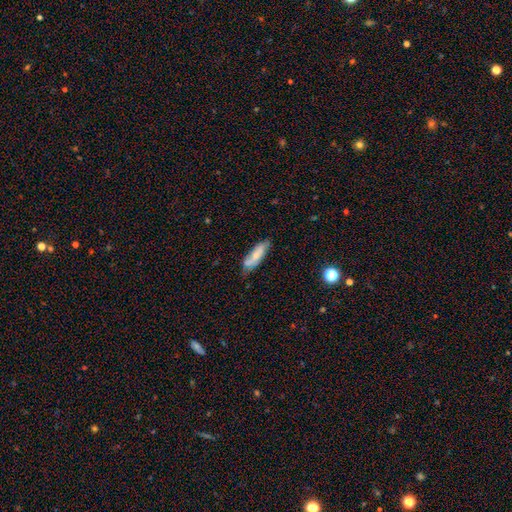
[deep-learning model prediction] Morphology: type=smooth (62%); roundness=in between (53%); merging=none (63%).